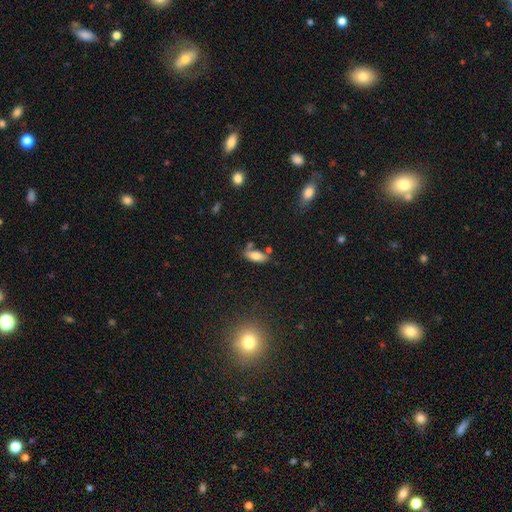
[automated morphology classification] Smooth or featured? Predicted: smooth (p=0.78). How rounded? Predicted: in between (p=0.76). Merging? Predicted: none (p=0.65).